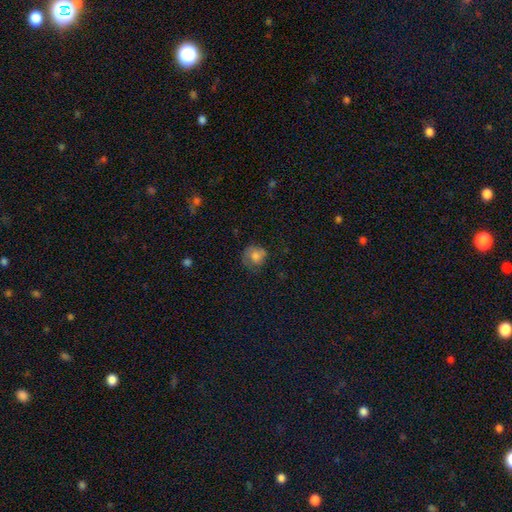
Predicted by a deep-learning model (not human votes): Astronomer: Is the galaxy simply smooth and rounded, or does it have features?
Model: smooth — 72%.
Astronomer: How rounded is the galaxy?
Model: round — 80%.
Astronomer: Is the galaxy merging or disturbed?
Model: none — 55%.